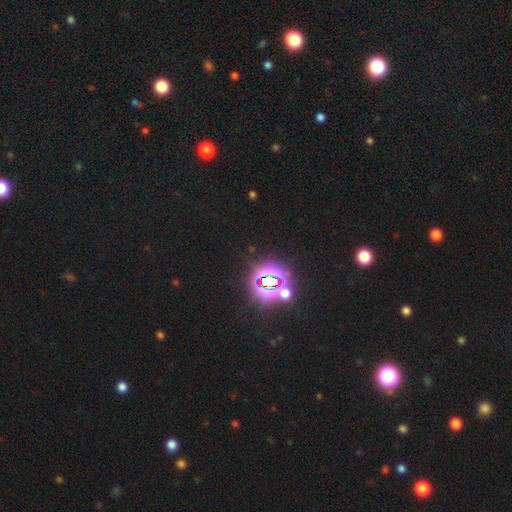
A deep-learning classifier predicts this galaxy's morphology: A star or artifact, not a galaxy (80%).